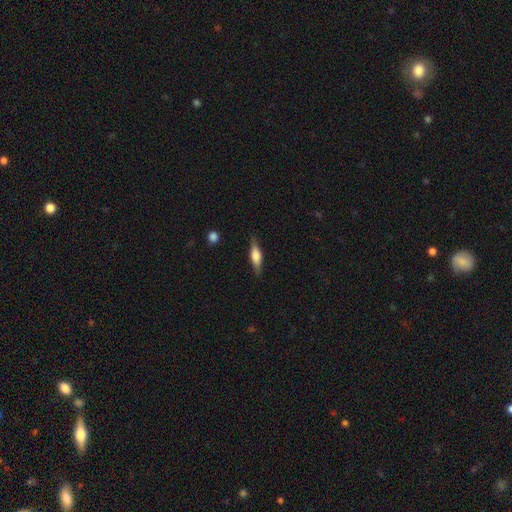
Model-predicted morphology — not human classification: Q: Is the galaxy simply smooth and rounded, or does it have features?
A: smooth — 48%.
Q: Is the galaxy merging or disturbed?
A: none — 85%.